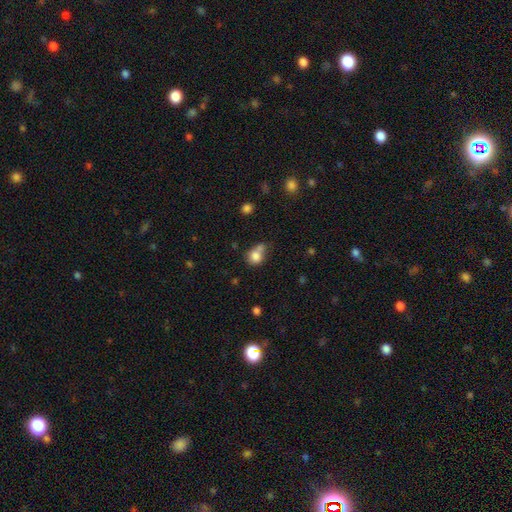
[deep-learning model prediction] Smooth or featured? Predicted: smooth (p=0.80). How rounded? Predicted: round (p=0.66). Merging? Predicted: none (p=0.38).